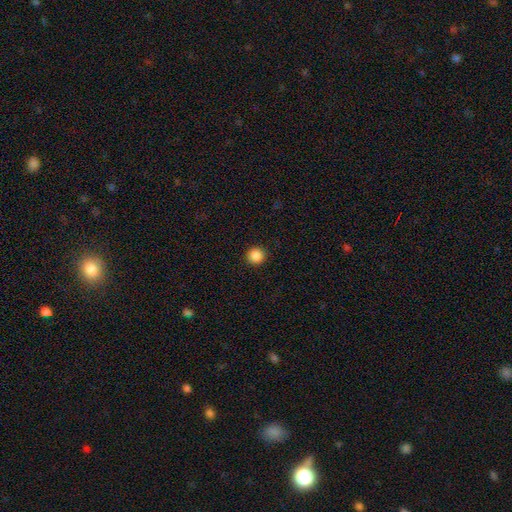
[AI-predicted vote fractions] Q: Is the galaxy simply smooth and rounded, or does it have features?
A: smooth — 88%.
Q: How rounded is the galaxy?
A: round — 95%.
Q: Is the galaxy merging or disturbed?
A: none — 93%.